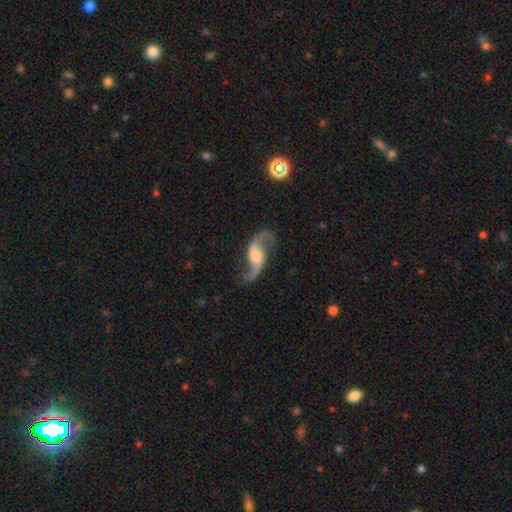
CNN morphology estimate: smooth_or_featured: featured or disk (p=0.89) [alt: smooth p=0.06]
disk_edge_on: no (p=0.96) [alt: yes p=0.04]
bar: no (p=0.46) [alt: weak p=0.37]
has_spiral_arms: yes (p=0.97) [alt: no p=0.03]
spiral_winding: loose (p=0.82) [alt: medium p=0.15]
spiral_arm_count: 2 (p=0.94) [alt: 1 p=0.02]
bulge_size: moderate (p=0.49) [alt: small p=0.33]
merging: none (p=0.78) [alt: minor disturbance p=0.13]